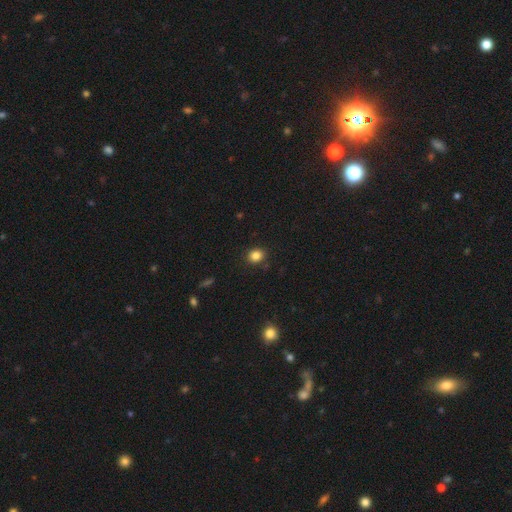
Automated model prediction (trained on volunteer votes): A smooth galaxy with no disk features (85%) that is round (65%).

Vote fractions:
- Smooth or featured? smooth: 85% / star or artifact: 11% / featured or disk: 4%
- How rounded? round: 65% / in between: 34% / cigar-shaped: 1%
- Merging? none: 86% / minor disturbance: 10% / major disturbance: 3% / merger: 2%